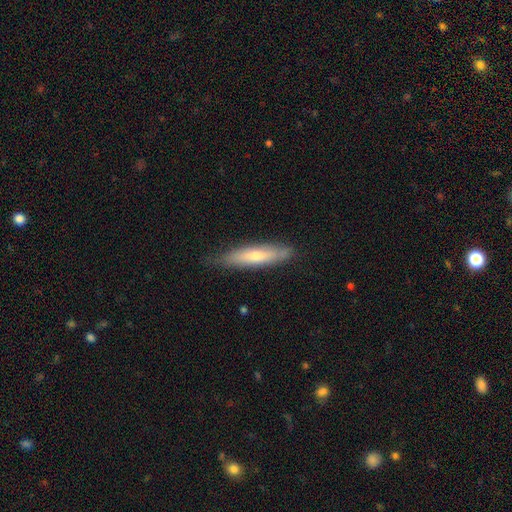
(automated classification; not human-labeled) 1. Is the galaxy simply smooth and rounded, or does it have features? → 52% smooth, 39% featured or disk, 9% star or artifact.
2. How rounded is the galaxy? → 85% cigar-shaped, 14% in between, 1% round.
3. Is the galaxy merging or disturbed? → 85% none, 12% minor disturbance, 2% major disturbance, 1% merger.